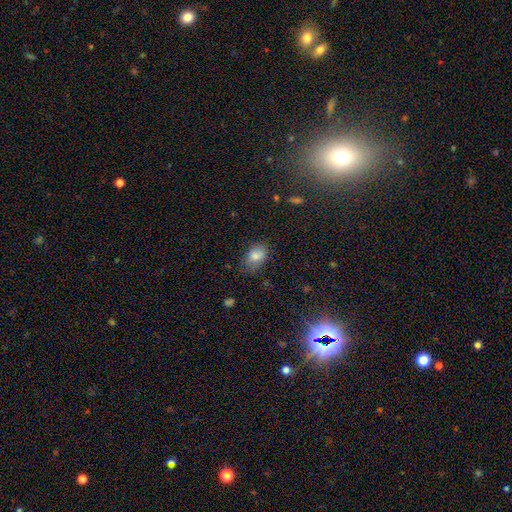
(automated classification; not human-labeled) Q: Smooth or featured?
A: smooth (80%); runner-up: star or artifact (10%)
Q: How rounded?
A: in between (79%); runner-up: round (20%)
Q: Merging?
A: none (69%); runner-up: minor disturbance (23%)